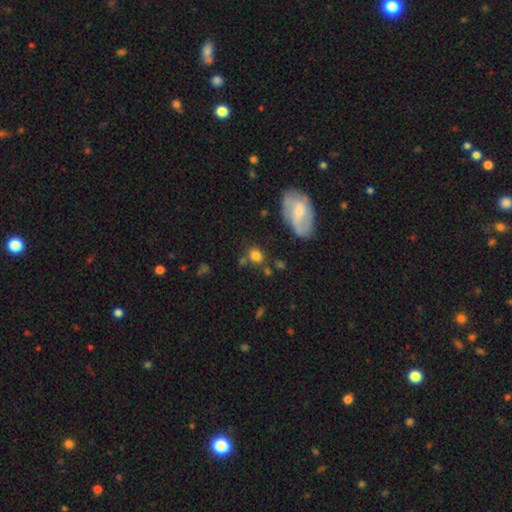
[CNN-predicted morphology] Q: Smooth or featured?
A: smooth (77%); runner-up: featured or disk (12%)
Q: How rounded?
A: round (65%); runner-up: in between (33%)
Q: Merging?
A: none (69%); runner-up: minor disturbance (14%)